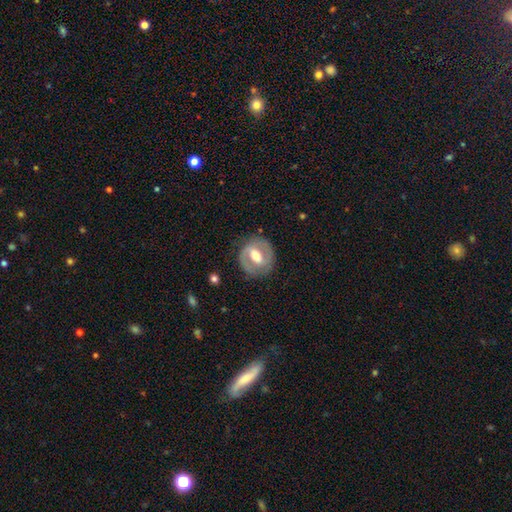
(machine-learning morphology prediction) Smooth or featured: featured or disk — 72% (smooth — 23%)
Edge-on disk: no — 95% (yes — 5%)
Bar: strong — 45% (weak — 39%)
Spiral arms: yes — 67% (no — 33%)
Bulge size: moderate — 69% (small — 15%)
Merging: none — 81% (minor disturbance — 12%)